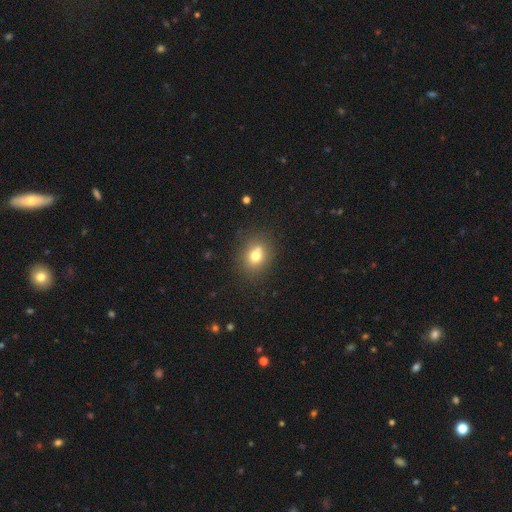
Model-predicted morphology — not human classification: type=smooth (72%); roundness=round (61%); merging=none (69%).